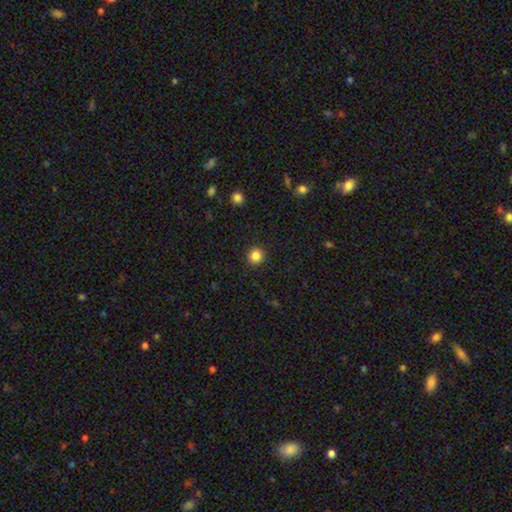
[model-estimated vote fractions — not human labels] This appears to be a smooth galaxy with no disk features (85%) that is round (92%). Merging: none (92%).